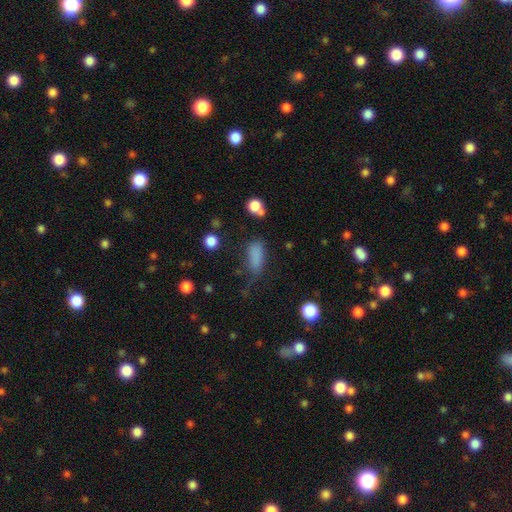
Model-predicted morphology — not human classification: The model was most divided on "merging": none: 53%, minor disturbance: 28%, major disturbance: 14%, merger: 5%. More confident: smooth or featured — smooth (82%); how rounded — in between (79%).